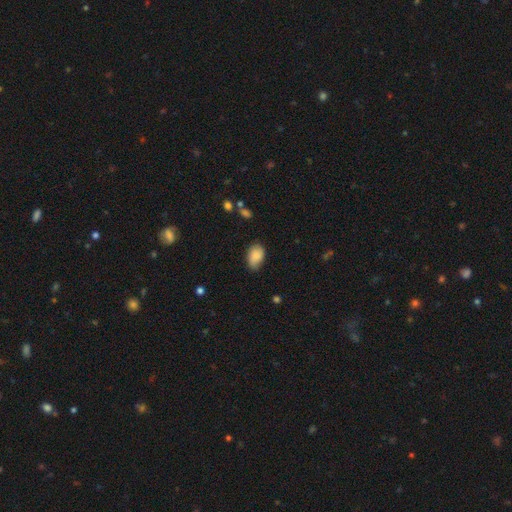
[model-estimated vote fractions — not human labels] Smooth or featured?
  - smooth: 86% *
  - star or artifact: 7%
  - featured or disk: 7%
How rounded?
  - in between: 88% *
  - round: 11%
  - cigar-shaped: 1%
Merging?
  - none: 66% *
  - minor disturbance: 28%
  - major disturbance: 5%
  - merger: 1%